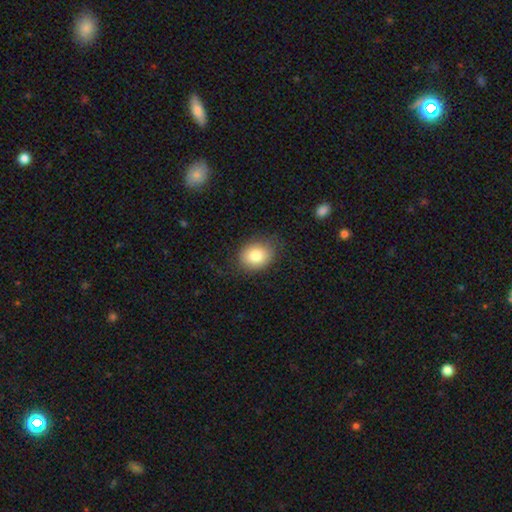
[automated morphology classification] The model was most divided on "how rounded": in between: 51%, round: 48%, cigar-shaped: 1%. More confident: smooth or featured — smooth (84%); merging — none (79%).